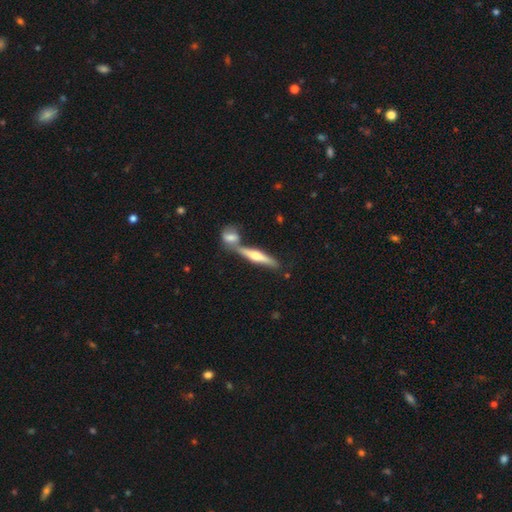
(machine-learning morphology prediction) smooth_or_featured: featured or disk (p=0.59) [alt: smooth p=0.35]
disk_edge_on: yes (p=0.93) [alt: no p=0.07]
edge_on_bulge: rounded (p=0.86) [alt: boxy p=0.07]
merging: none (p=0.53) [alt: merger p=0.35]